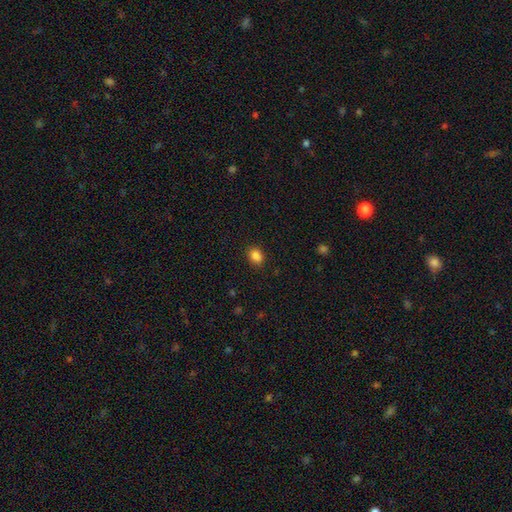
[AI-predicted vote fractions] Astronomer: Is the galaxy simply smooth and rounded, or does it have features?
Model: smooth — 86%.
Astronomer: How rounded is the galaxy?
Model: in between — 54% (runner-up: round, 46%).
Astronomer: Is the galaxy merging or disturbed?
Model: none — 87%.